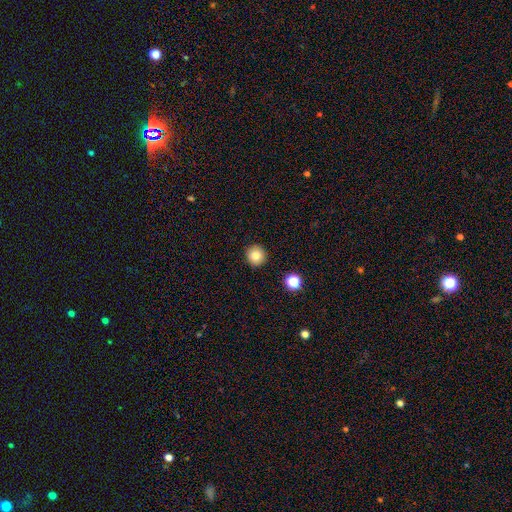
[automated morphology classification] A smooth galaxy with no disk features (82%) that is round (95%). Merging: none (92%).